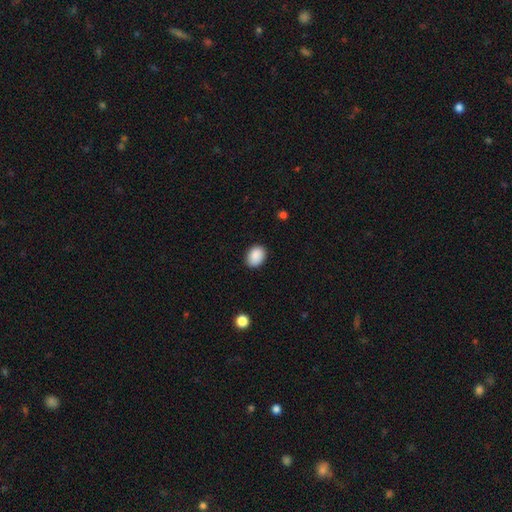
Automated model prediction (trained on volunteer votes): The model was most divided on "how rounded": in between: 67%, round: 32%, cigar-shaped: 1%. More confident: smooth or featured — smooth (89%); merging — none (87%).